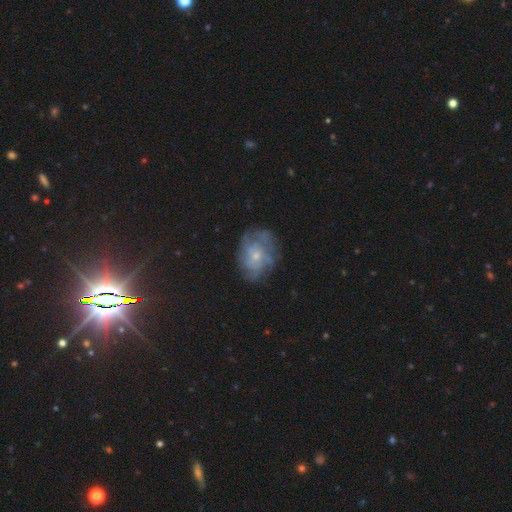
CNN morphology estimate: smooth-or-featured: featured or disk: 65% | smooth: 24% | star or artifact: 11%
  disk-edge-on: no: 97% | yes: 3%
    bar: no: 83% | weak: 15% | strong: 2%
    has-spiral-arms: yes: 72% | no: 28%
    bulge-size: small: 68% | moderate: 27% | none: 3% | large: 2% | dominant: 1%
  merging: none: 65% | minor disturbance: 21% | major disturbance: 13% | merger: 2%